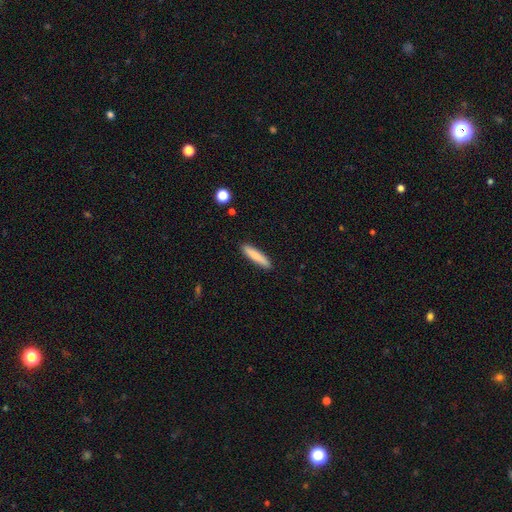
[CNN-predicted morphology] type=smooth (83%); roundness=cigar-shaped (87%); merging=none (90%).